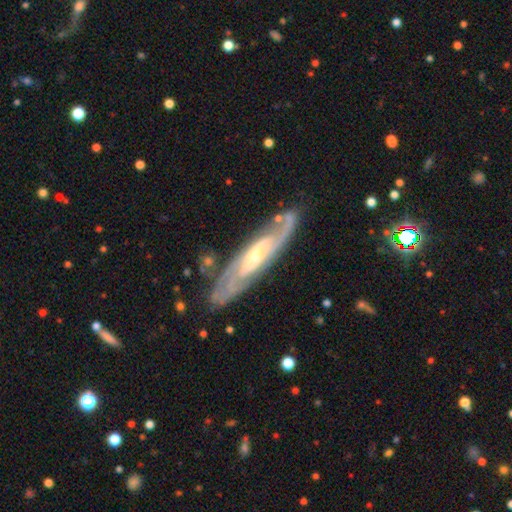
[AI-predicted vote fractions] Smooth or featured?
  - featured or disk: 86% *
  - smooth: 9%
  - star or artifact: 5%
Edge-on disk?
  - no: 76% *
  - yes: 24%
Bar?
  - weak: 39% *
  - no: 32%
  - strong: 29%
Spiral arms?
  - yes: 94% *
  - no: 6%
Spiral winding?
  - tight: 49% *
  - medium: 39%
  - loose: 12%
Spiral arm count?
  - 2: 57% *
  - can't tell: 24%
  - 3: 9%
  - 4: 3%
  - 1: 3%
  - more than 4: 3%
Bulge size?
  - small: 57% *
  - moderate: 38%
  - large: 3%
  - none: 2%
  - dominant: 1%
Merging?
  - none: 78% *
  - minor disturbance: 15%
  - major disturbance: 5%
  - merger: 3%